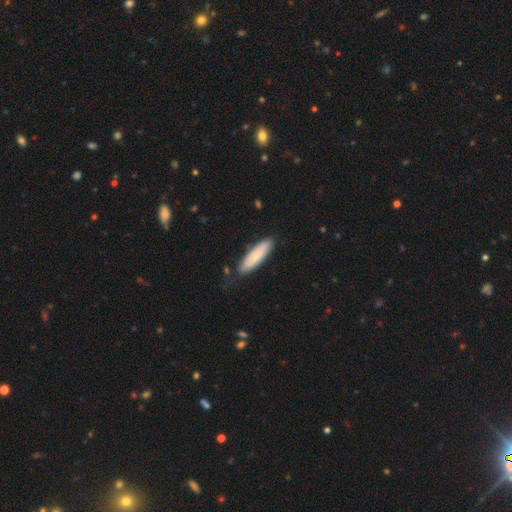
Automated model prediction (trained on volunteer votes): A smooth galaxy with no disk features (72%) that is cigar-shaped (63%). Merging: none (79%).